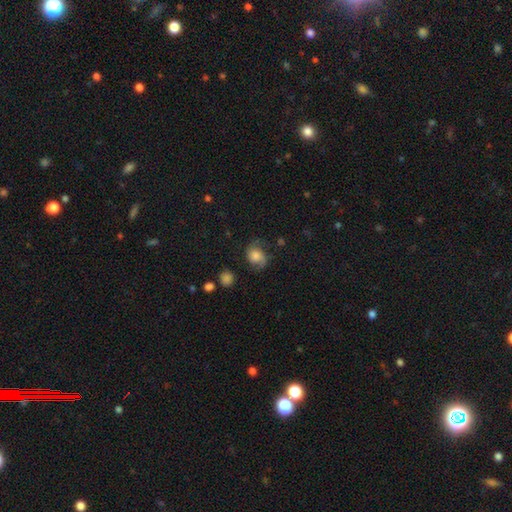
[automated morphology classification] A smooth galaxy with no disk features (51%) that is round (57%). Merging: none (60%).